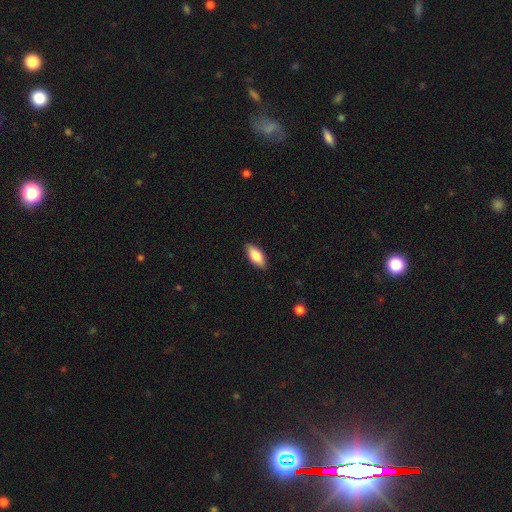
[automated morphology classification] type=smooth (78%); roundness=in between (82%); merging=none (88%).